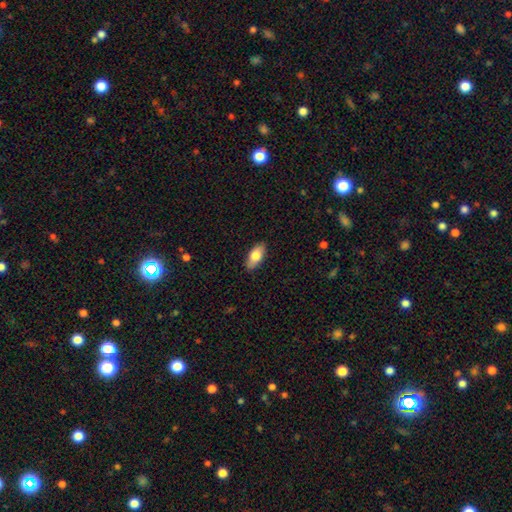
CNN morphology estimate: A smooth galaxy with no disk features (77%) that is in between round and cigar-shaped (88%).

Vote fractions:
- Smooth or featured? smooth: 77% / featured or disk: 17% / star or artifact: 6%
- How rounded? in between: 88% / cigar-shaped: 9% / round: 3%
- Merging? none: 87% / minor disturbance: 10% / major disturbance: 2% / merger: 1%